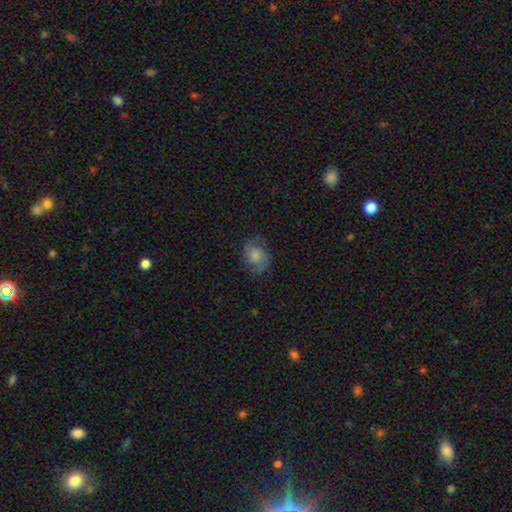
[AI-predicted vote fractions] A smooth galaxy with no disk features (48%).

Vote fractions:
- Smooth or featured? smooth: 48% / featured or disk: 43% / star or artifact: 9%
- Merging? none: 67% / minor disturbance: 21% / major disturbance: 11% / merger: 1%